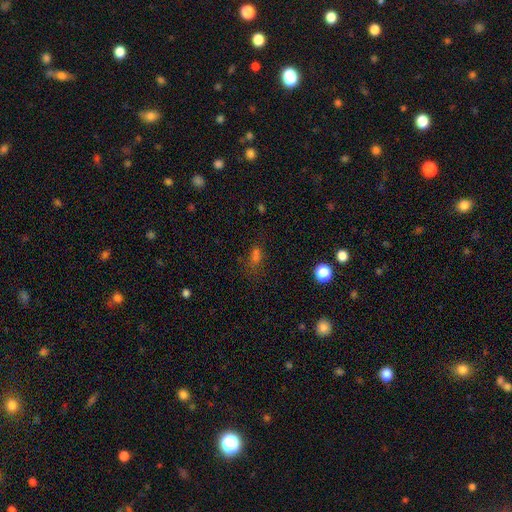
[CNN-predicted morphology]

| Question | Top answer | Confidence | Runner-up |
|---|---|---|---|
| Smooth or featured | smooth | 54% | star or artifact (34%) |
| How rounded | in between | 55% | round (39%) |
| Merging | none | 53% | merger (22%) |